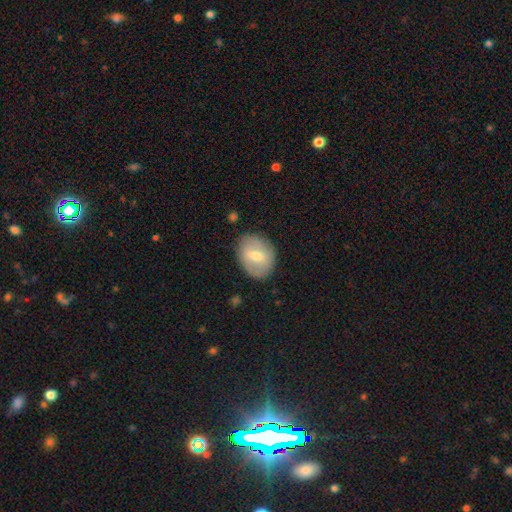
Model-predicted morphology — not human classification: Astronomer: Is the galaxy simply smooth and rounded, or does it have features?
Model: smooth — 58% (runner-up: featured or disk, 35%).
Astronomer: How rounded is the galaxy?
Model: in between — 59% (runner-up: round, 40%).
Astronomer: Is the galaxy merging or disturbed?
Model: none — 83%.